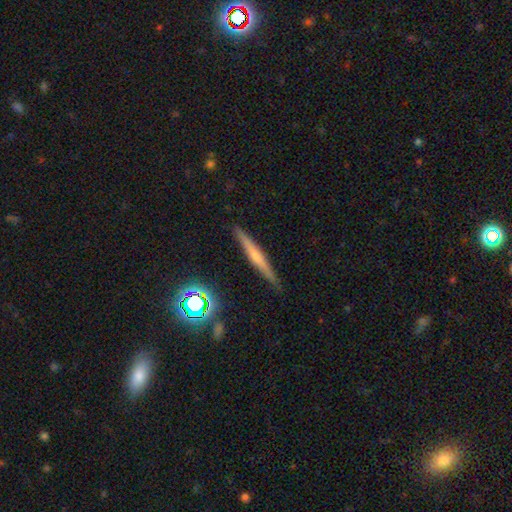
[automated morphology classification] type=featured or disk (48%); merging=none (87%).